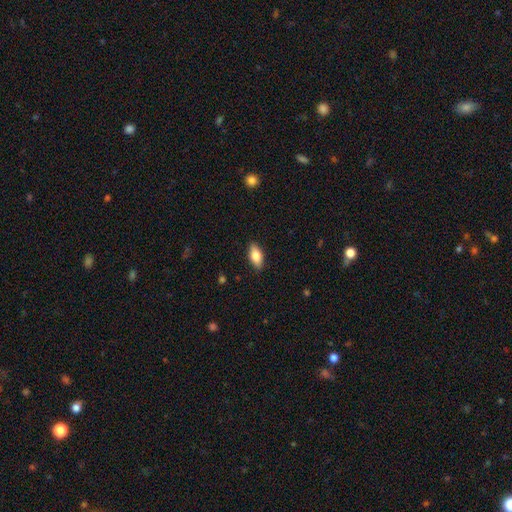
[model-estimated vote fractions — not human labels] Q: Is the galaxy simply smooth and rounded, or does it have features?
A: smooth — 76%.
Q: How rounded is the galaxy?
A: in between — 84%.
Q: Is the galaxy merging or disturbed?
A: none — 88%.